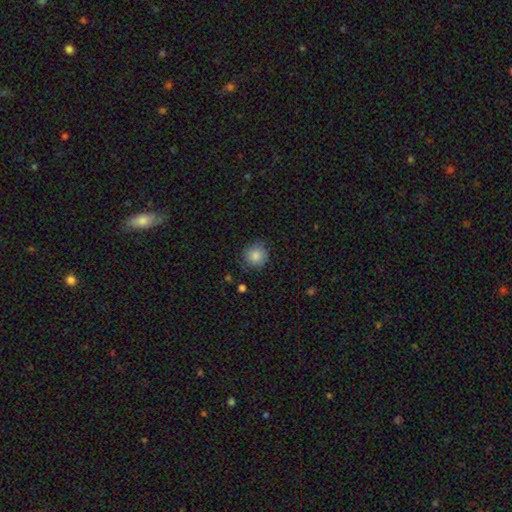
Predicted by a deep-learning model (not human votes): The model was most divided on "merging": none: 80%, minor disturbance: 16%, major disturbance: 3%, merger: 1%. More confident: how rounded — round (91%); smooth or featured — smooth (85%).